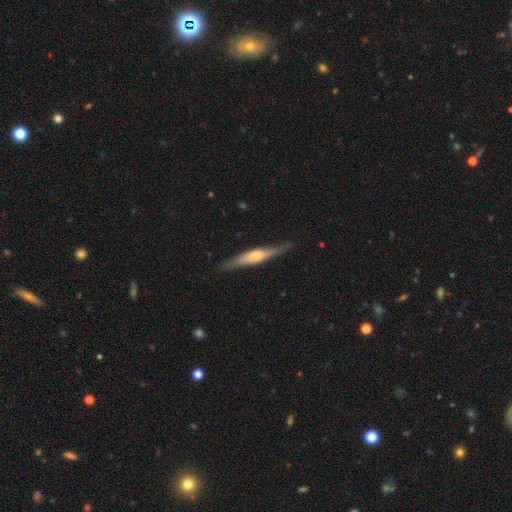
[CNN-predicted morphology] This is likely a featured or disk galaxy (62%). It is clearly viewed edge-on (94%). Edge-on bulge: likely rounded (77%). Merging: clearly none (85%).